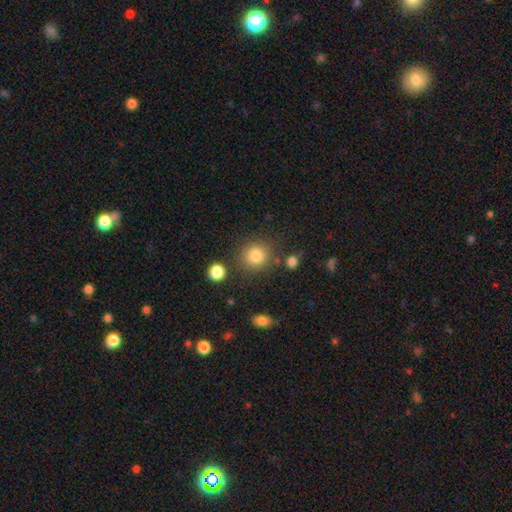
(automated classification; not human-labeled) Overall: smooth (84%). How rounded: round (88%). Merging: none (81%).